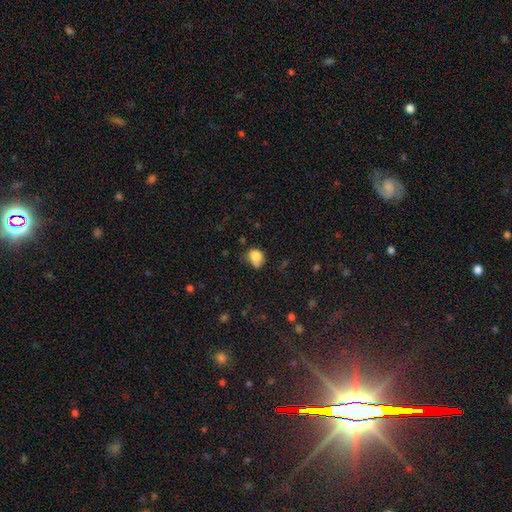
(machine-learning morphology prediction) Q: Smooth or featured?
A: smooth (79%); runner-up: star or artifact (10%)
Q: How rounded?
A: round (52%); runner-up: in between (47%)
Q: Merging?
A: none (40%); runner-up: minor disturbance (32%)